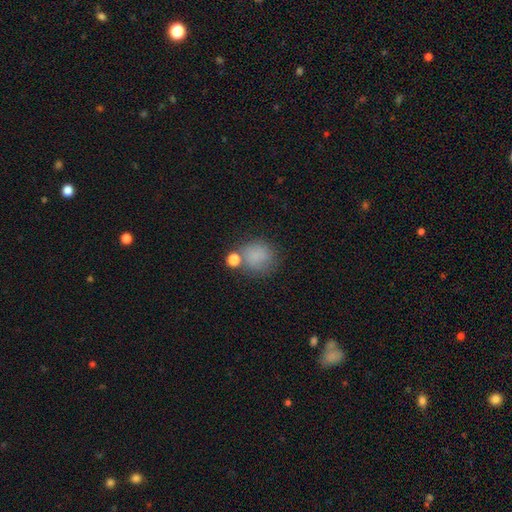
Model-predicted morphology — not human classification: This is likely a smooth galaxy (79%). How rounded: clearly round (81%). Merging: likely none (62%).